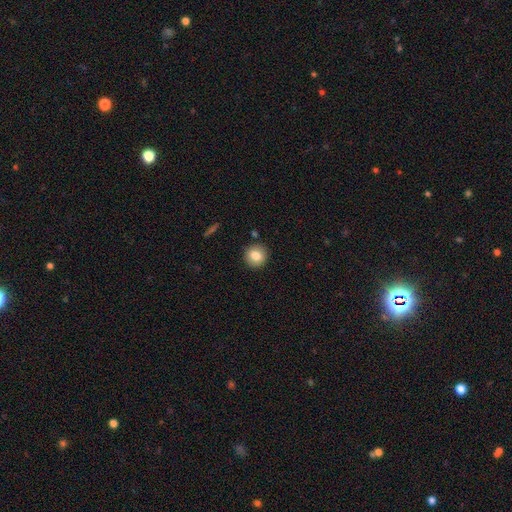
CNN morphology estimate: Smooth or featured? Predicted: smooth (p=0.82). How rounded? Predicted: round (p=0.92). Merging? Predicted: none (p=0.90).